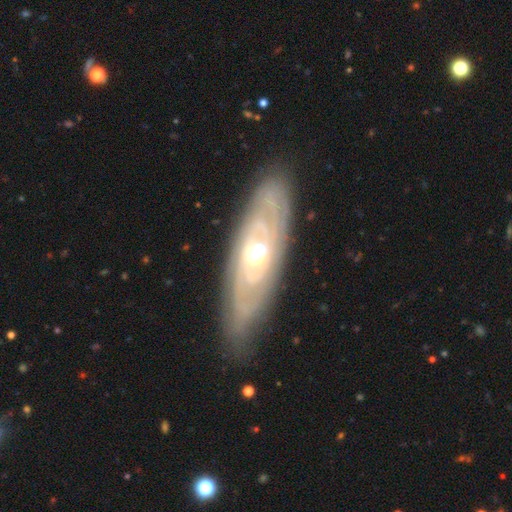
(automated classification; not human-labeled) This appears to be a featured or disk galaxy (80%) with no bar (71%), spiral arms (75%) and a moderate central bulge (67%). Merging: none (83%).